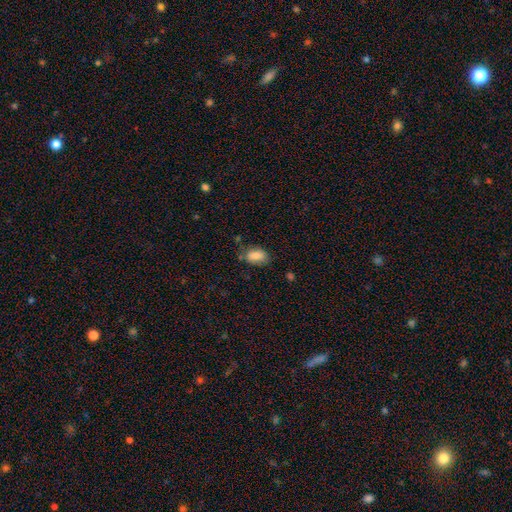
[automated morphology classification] The model was most divided on "merging": none: 66%, minor disturbance: 24%, major disturbance: 6%, merger: 4%. More confident: how rounded — in between (89%); smooth or featured — smooth (84%).